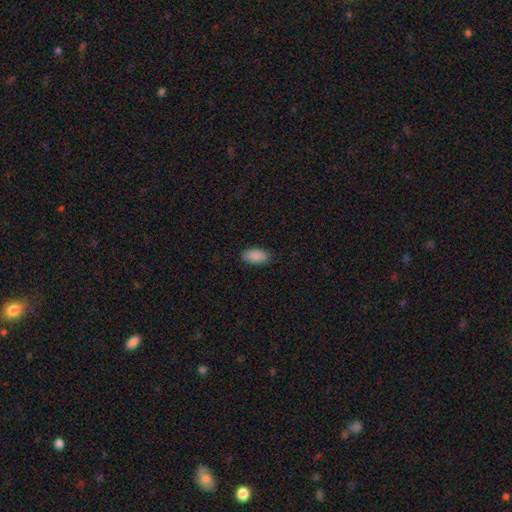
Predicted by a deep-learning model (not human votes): Morphology: type=smooth (90%); roundness=in between (94%); merging=none (86%).